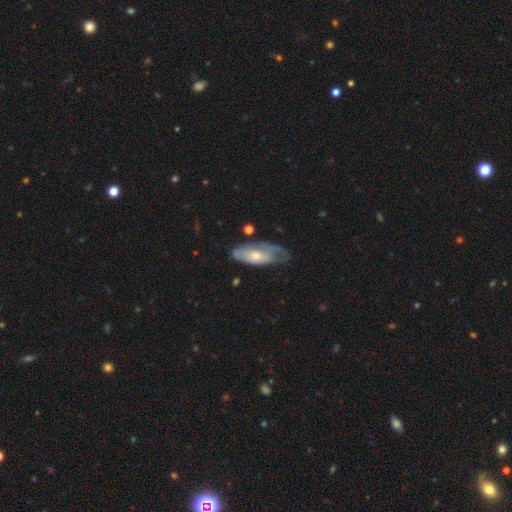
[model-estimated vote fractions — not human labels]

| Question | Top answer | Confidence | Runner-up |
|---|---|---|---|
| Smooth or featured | featured or disk | 49% | smooth (46%) |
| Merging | none | 39% | minor disturbance (35%) |